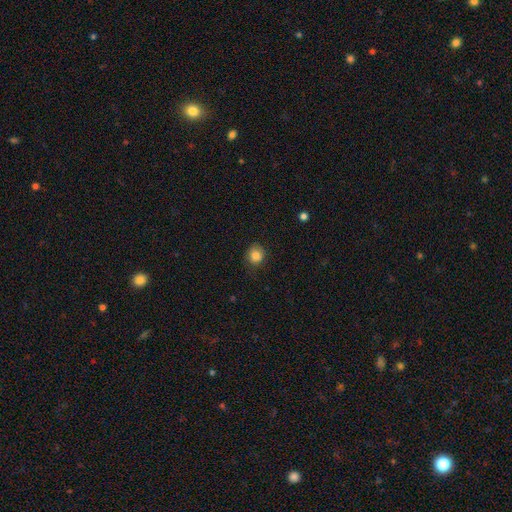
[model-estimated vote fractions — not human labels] A smooth galaxy with no disk features (85%) that is round (82%). Merging: none (77%).